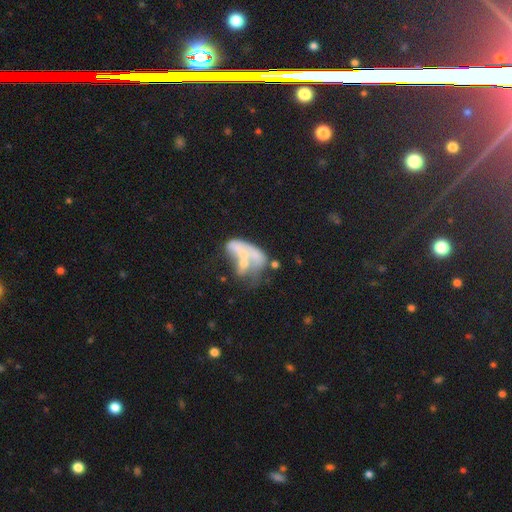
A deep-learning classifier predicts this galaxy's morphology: Smooth or featured? featured or disk (49%)
Merging? merger (46%)